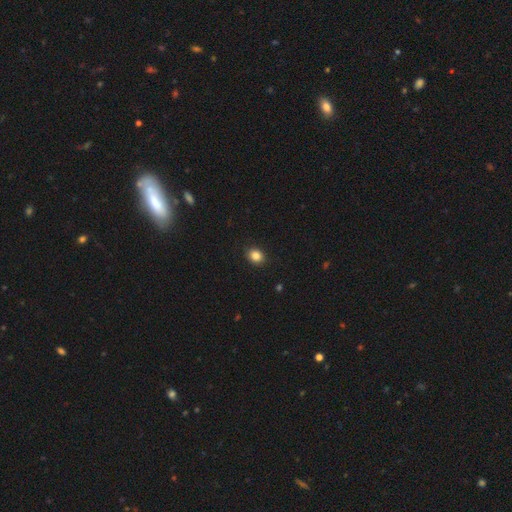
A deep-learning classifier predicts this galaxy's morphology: Smooth or featured? smooth (86%)
How rounded? in between (50%)
Merging? none (90%)